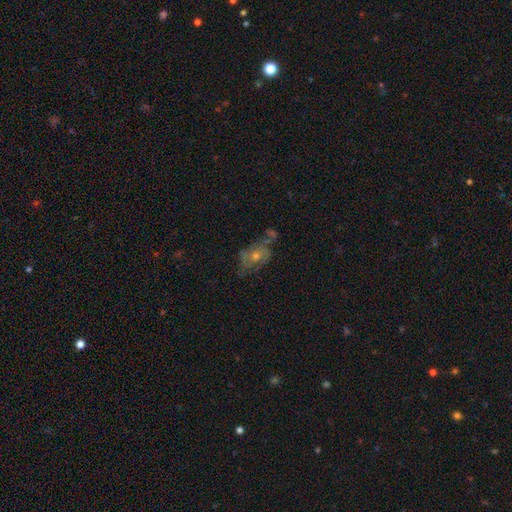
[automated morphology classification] smooth_or_featured: featured or disk (p=0.56) [alt: smooth p=0.29]
disk_edge_on: no (p=0.92) [alt: yes p=0.08]
bar: no (p=0.78) [alt: weak p=0.18]
has_spiral_arms: yes (p=0.58) [alt: no p=0.42]
bulge_size: moderate (p=0.59) [alt: small p=0.34]
merging: none (p=0.50) [alt: minor disturbance p=0.23]